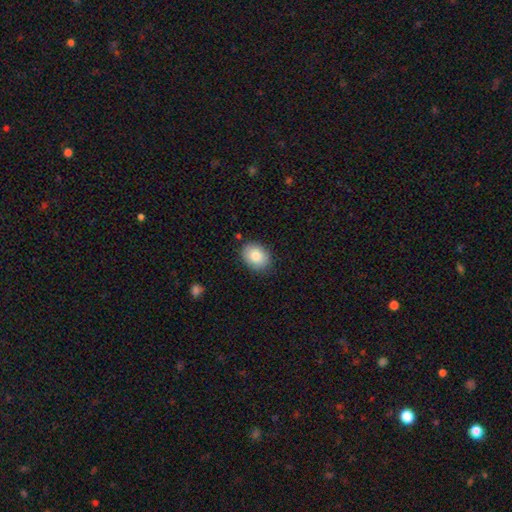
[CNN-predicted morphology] Smooth or featured?
  - smooth: 83% *
  - featured or disk: 10%
  - star or artifact: 8%
How rounded?
  - in between: 64% *
  - round: 35%
  - cigar-shaped: 1%
Merging?
  - none: 85% *
  - minor disturbance: 11%
  - major disturbance: 2%
  - merger: 1%